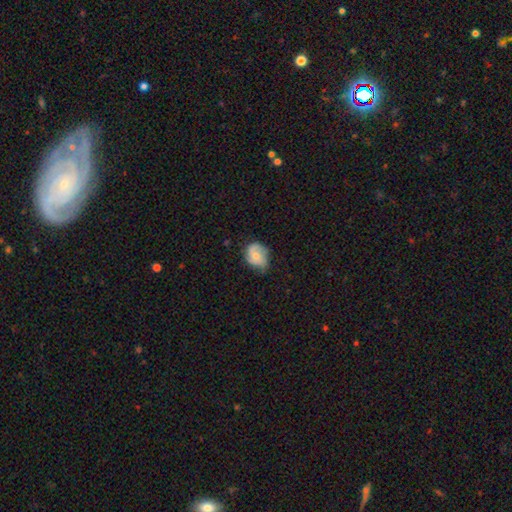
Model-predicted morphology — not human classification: The model was most divided on "smooth or featured": smooth: 51%, featured or disk: 42%, star or artifact: 7%. Remaining: how rounded — round (57%); merging — none (48%).